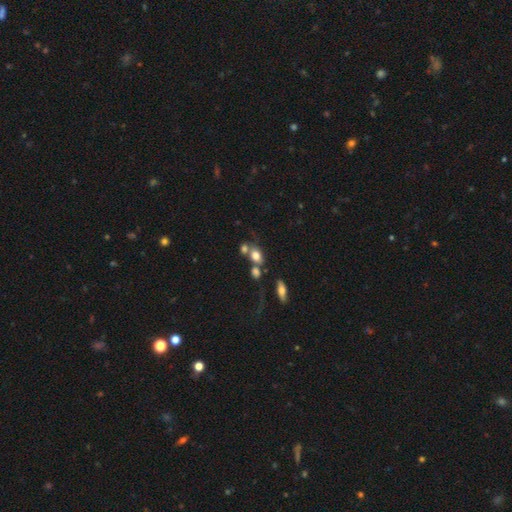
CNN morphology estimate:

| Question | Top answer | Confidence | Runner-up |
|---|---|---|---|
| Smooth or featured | smooth | 72% | featured or disk (15%) |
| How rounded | in between | 60% | round (37%) |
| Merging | none | 41% | merger (38%) |